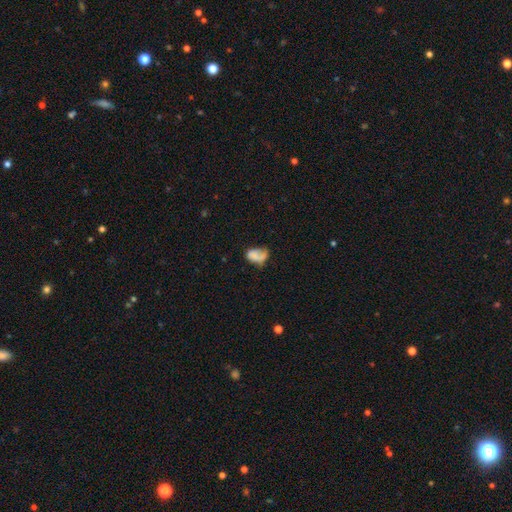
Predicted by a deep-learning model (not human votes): Smooth or featured: smooth — 61% (featured or disk — 29%)
How rounded: in between — 86% (round — 12%)
Merging: none — 33% (major disturbance — 30%)